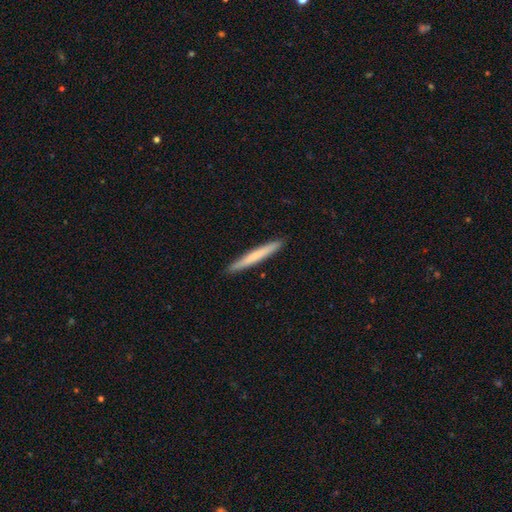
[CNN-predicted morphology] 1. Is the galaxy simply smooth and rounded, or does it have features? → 64% smooth, 30% featured or disk, 5% star or artifact.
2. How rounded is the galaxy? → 97% cigar-shaped, 2% in between, 1% round.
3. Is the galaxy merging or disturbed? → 92% none, 6% minor disturbance, 1% major disturbance, 1% merger.